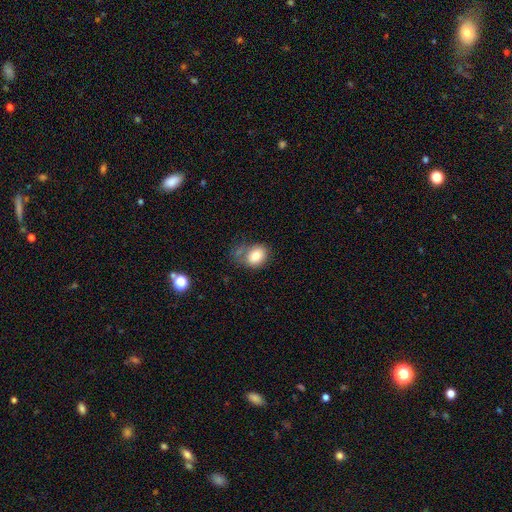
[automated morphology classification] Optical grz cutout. It shows a smooth galaxy with no disk features (81%) that is in between round and cigar-shaped (59%). Merging: none (45%).